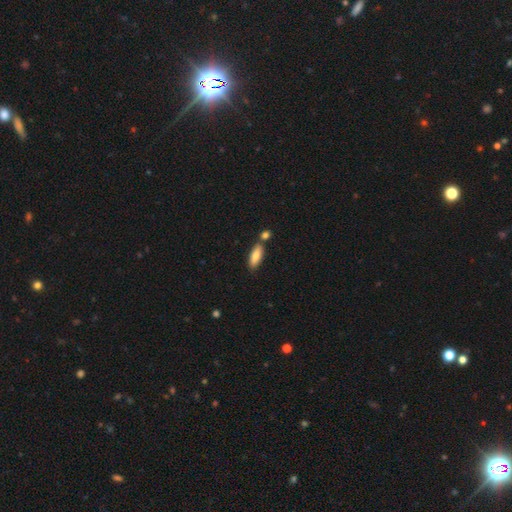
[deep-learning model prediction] smooth 80%, featured or disk 14%, star or artifact 6%. Down the decision tree: how rounded — in between (68%); merging — none (72%).